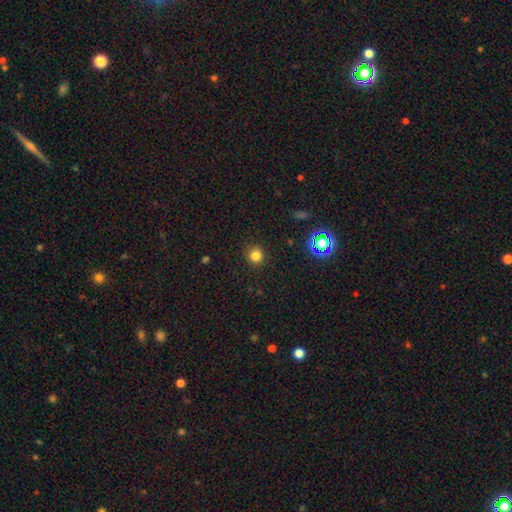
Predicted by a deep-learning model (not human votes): Smooth or featured? Predicted: smooth (p=0.80). How rounded? Predicted: round (p=0.92). Merging? Predicted: none (p=0.90).